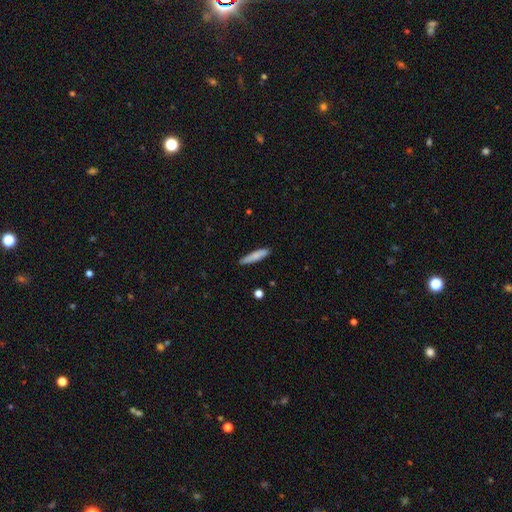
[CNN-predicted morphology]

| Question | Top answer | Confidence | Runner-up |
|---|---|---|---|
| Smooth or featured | smooth | 81% | featured or disk (13%) |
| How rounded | cigar-shaped | 85% | in between (13%) |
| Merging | none | 85% | minor disturbance (12%) |